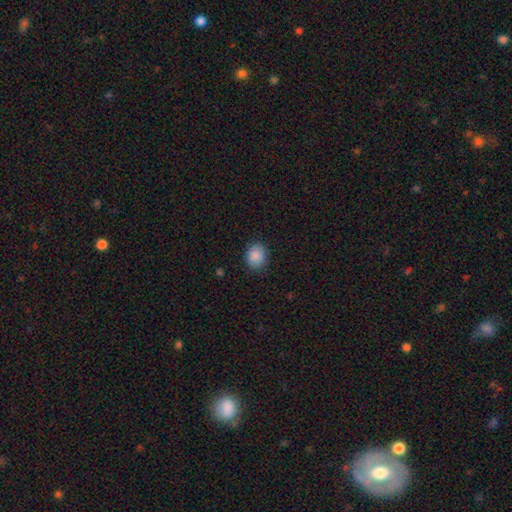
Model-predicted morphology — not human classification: Q: Smooth or featured?
A: smooth (88%); runner-up: star or artifact (8%)
Q: How rounded?
A: round (58%); runner-up: in between (41%)
Q: Merging?
A: none (86%); runner-up: minor disturbance (10%)